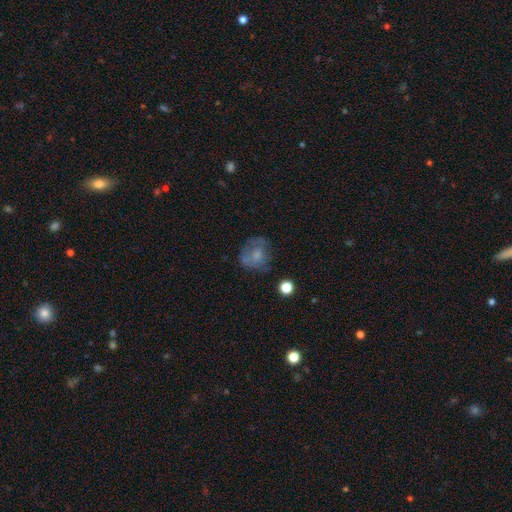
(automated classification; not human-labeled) A smooth galaxy with no disk features (60%) that is round (69%).

Vote fractions:
- Smooth or featured? smooth: 60% / featured or disk: 29% / star or artifact: 12%
- How rounded? round: 69% / in between: 30% / cigar-shaped: 1%
- Merging? none: 52% / minor disturbance: 25% / major disturbance: 19% / merger: 4%